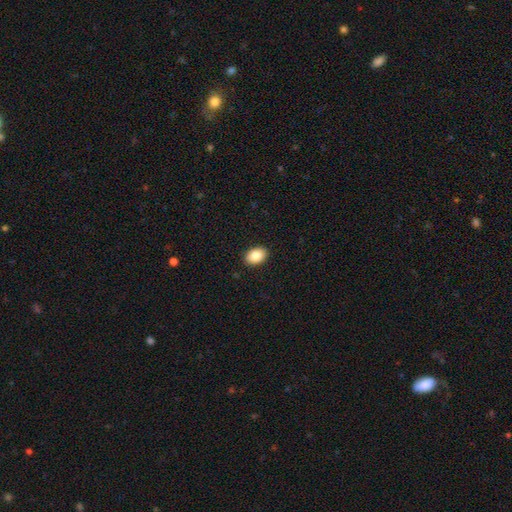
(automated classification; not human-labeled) A smooth galaxy with no disk features (86%) that is in between round and cigar-shaped (84%).

Vote fractions:
- Smooth or featured? smooth: 86% / star or artifact: 7% / featured or disk: 6%
- How rounded? in between: 84% / round: 15% / cigar-shaped: 1%
- Merging? none: 91% / minor disturbance: 7% / major disturbance: 2% / merger: 1%